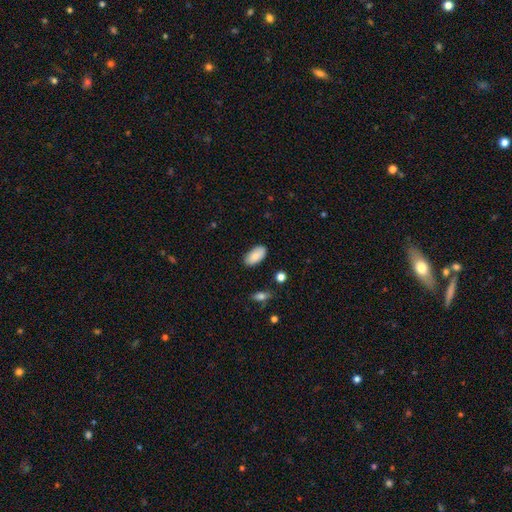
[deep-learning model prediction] A smooth galaxy with no disk features (86%) that is in between round and cigar-shaped (94%).

Vote fractions:
- Smooth or featured? smooth: 86% / featured or disk: 7% / star or artifact: 7%
- How rounded? in between: 94% / cigar-shaped: 3% / round: 2%
- Merging? none: 85% / minor disturbance: 11% / major disturbance: 2% / merger: 2%